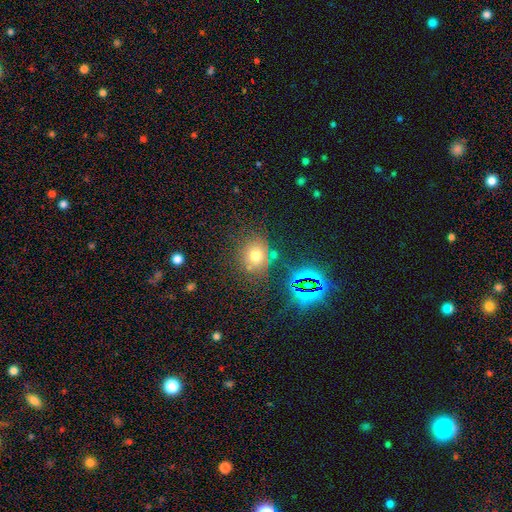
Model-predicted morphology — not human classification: Smooth or featured? Predicted: smooth (p=0.63). How rounded? Predicted: round (p=0.76). Merging? Predicted: none (p=0.74).